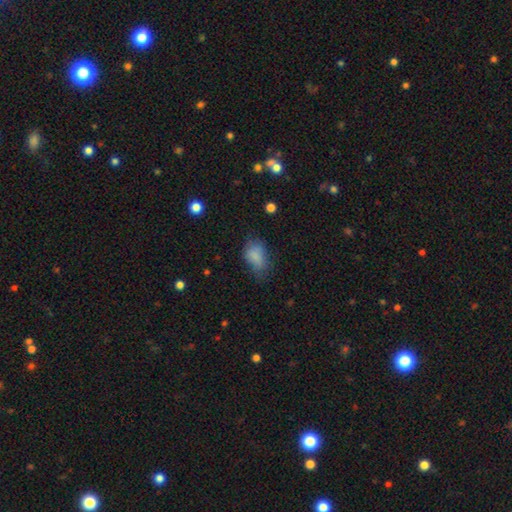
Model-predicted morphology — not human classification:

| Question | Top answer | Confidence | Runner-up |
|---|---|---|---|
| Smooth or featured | smooth | 80% | star or artifact (11%) |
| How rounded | in between | 85% | round (13%) |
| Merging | none | 46% | minor disturbance (34%) |